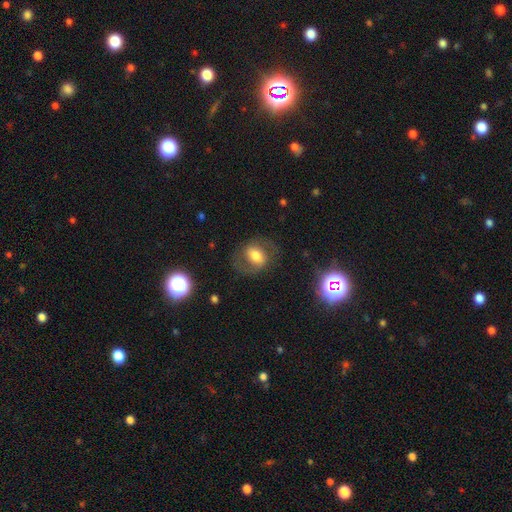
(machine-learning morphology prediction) A featured or disk galaxy (50%). Merging: none (72%).